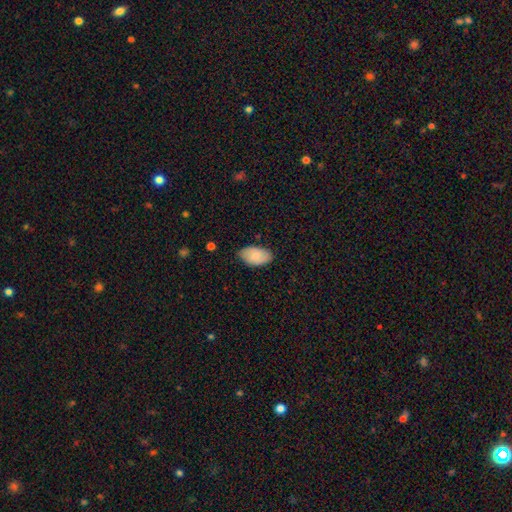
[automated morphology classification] Smooth or featured: smooth — 80% (featured or disk — 14%)
How rounded: in between — 95% (round — 4%)
Merging: none — 77% (minor disturbance — 19%)